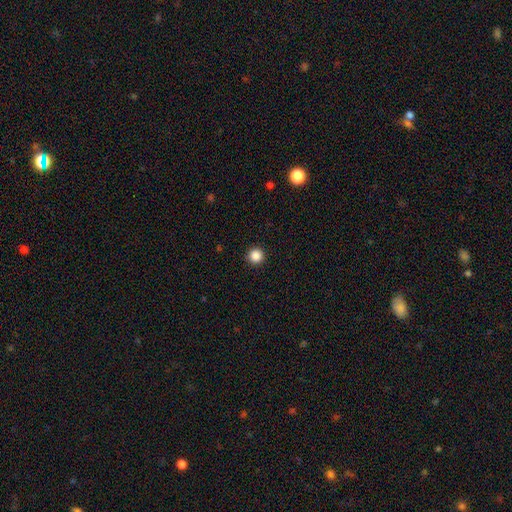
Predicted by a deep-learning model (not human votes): A smooth galaxy with no disk features (87%) that is round (96%). Merging: none (93%).